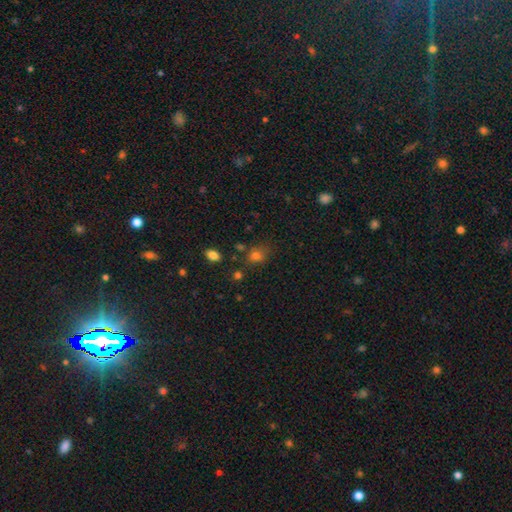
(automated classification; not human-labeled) Smooth or featured? smooth (75%)
How rounded? round (50%)
Merging? none (64%)